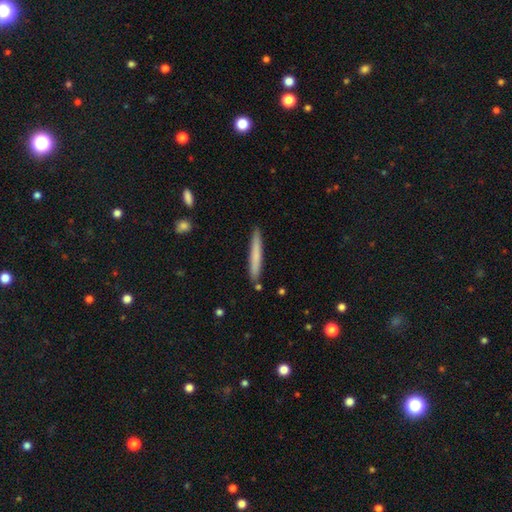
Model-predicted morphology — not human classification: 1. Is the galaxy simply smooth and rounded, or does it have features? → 71% smooth, 23% featured or disk, 6% star or artifact.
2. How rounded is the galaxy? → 96% cigar-shaped, 2% in between, 1% round.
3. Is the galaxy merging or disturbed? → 89% none, 8% minor disturbance, 2% merger, 1% major disturbance.